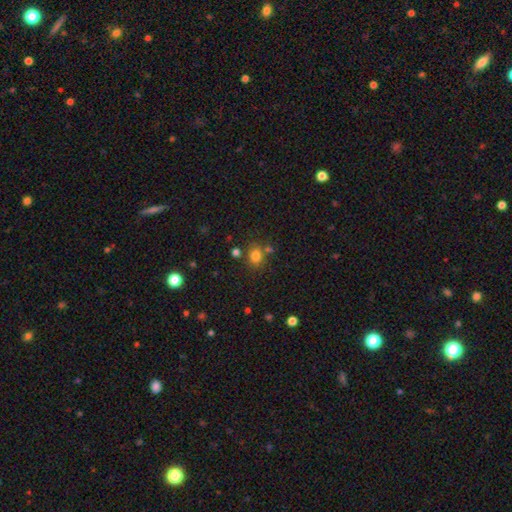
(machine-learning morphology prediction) A smooth galaxy with no disk features (78%) that is round (60%). Merging: none (70%).